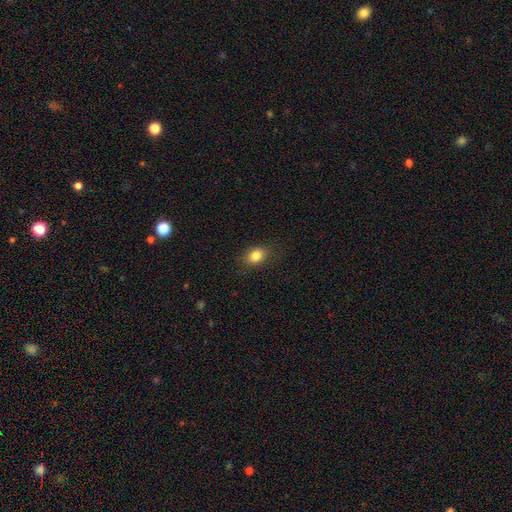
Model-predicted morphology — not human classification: smooth_or_featured: smooth (p=0.83) [alt: star or artifact p=0.10]
how_rounded: in between (p=0.73) [alt: round p=0.25]
merging: none (p=0.85) [alt: minor disturbance p=0.11]